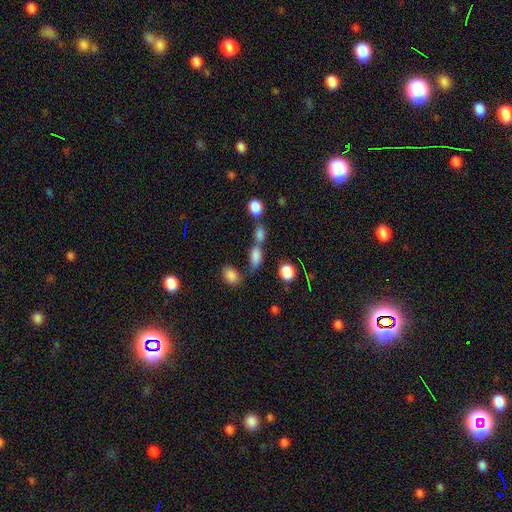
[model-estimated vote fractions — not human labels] smooth 78%, star or artifact 13%, featured or disk 9%. Down the decision tree: how rounded — in between (77%); merging — none (43%).